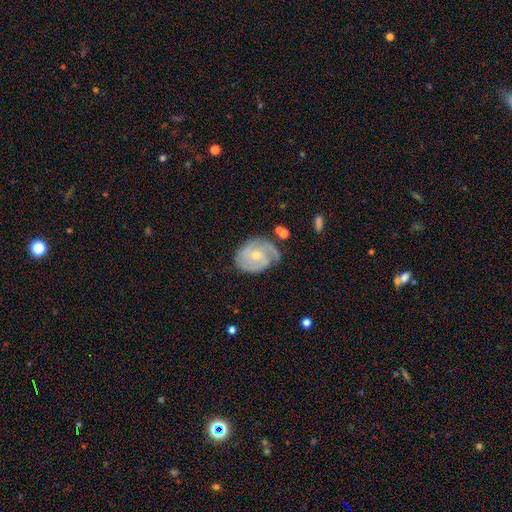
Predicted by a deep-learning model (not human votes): A featured or disk galaxy (79%) with no bar (68%), 2 (30%) tight (52%) spiral arms (94%) and a small central bulge (64%).

Vote fractions:
- Smooth or featured? featured or disk: 79% / smooth: 15% / star or artifact: 6%
- Edge-on disk? no: 97% / yes: 3%
- Bar? no: 68% / weak: 28% / strong: 4%
- Spiral arms? yes: 94% / no: 6%
- Spiral winding? tight: 52% / medium: 36% / loose: 12%
- Spiral arm count? 2: 30% / 3: 28% / can't tell: 22% / 1: 10% / 4: 5% / more than 4: 4%
- Bulge size? small: 64% / moderate: 33% / none: 2% / large: 1% / dominant: 1%
- Merging? none: 60% / minor disturbance: 26% / major disturbance: 11% / merger: 3%